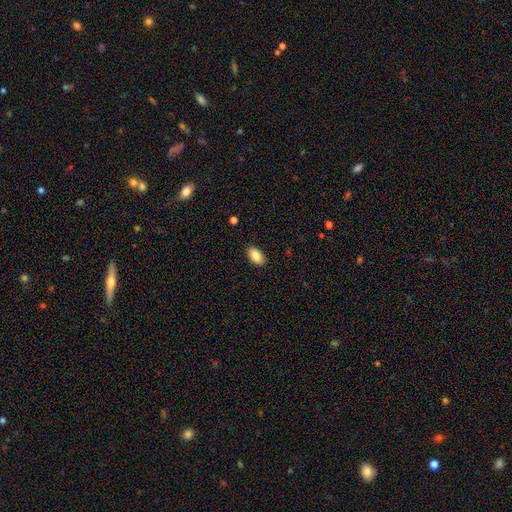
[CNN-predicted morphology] A smooth galaxy with no disk features (87%) that is in between round and cigar-shaped (94%).

Vote fractions:
- Smooth or featured? smooth: 87% / star or artifact: 7% / featured or disk: 6%
- How rounded? in between: 94% / round: 4% / cigar-shaped: 2%
- Merging? none: 88% / minor disturbance: 9% / major disturbance: 2% / merger: 1%